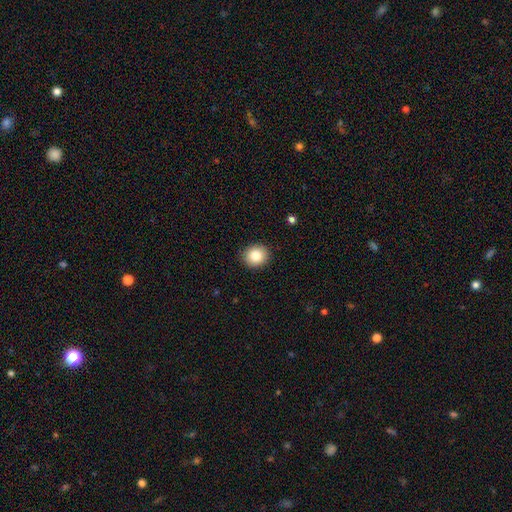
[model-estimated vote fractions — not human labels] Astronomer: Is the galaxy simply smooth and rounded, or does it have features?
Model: smooth — 83%.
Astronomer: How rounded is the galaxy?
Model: round — 80%.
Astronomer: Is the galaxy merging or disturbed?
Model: none — 90%.